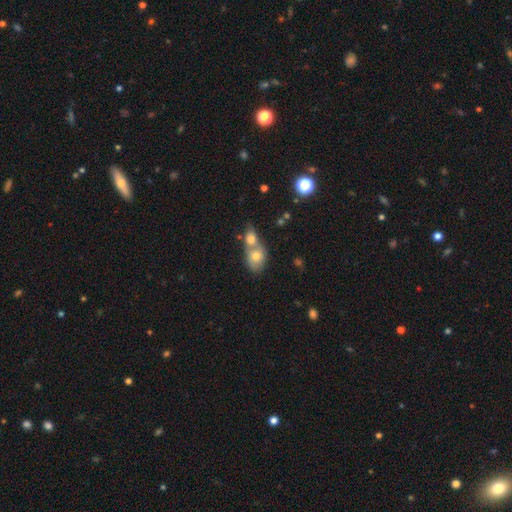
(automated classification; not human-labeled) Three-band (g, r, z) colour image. It shows a smooth galaxy with no disk features (69%) that is in between round and cigar-shaped (57%). Merging: merger (61%).